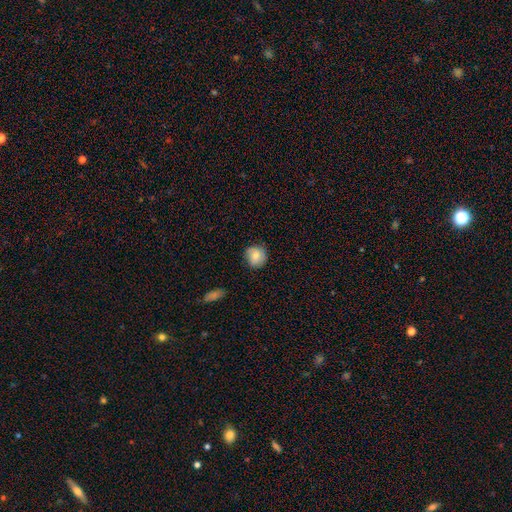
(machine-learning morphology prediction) Q: Smooth or featured?
A: smooth (77%); runner-up: featured or disk (15%)
Q: How rounded?
A: round (88%); runner-up: in between (11%)
Q: Merging?
A: none (79%); runner-up: minor disturbance (17%)